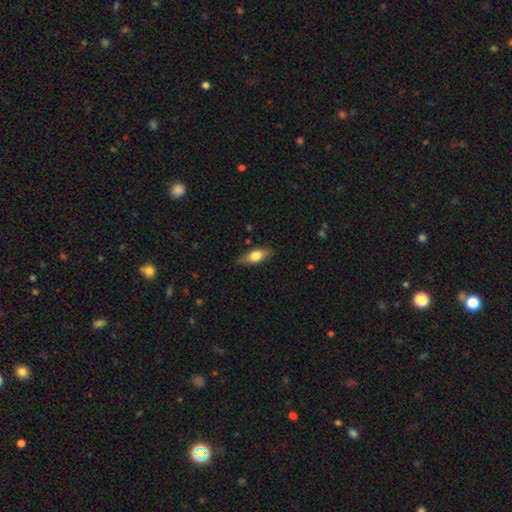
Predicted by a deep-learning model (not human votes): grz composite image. It shows a smooth galaxy with no disk features (67%) that is in between round and cigar-shaped (75%). Merging: none (82%).